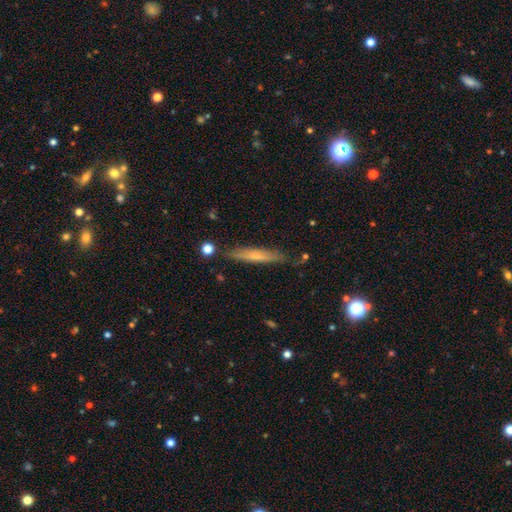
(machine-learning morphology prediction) This appears to be a smooth galaxy with no disk features (57%) that is cigar-shaped (92%). Merging: none (80%).